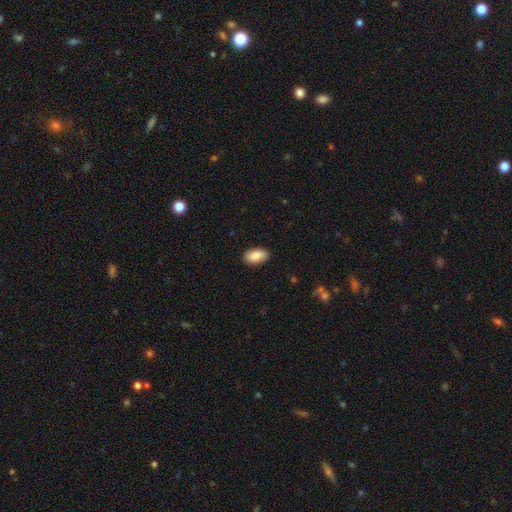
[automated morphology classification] Smooth or featured? smooth (86%)
How rounded? in between (94%)
Merging? none (88%)